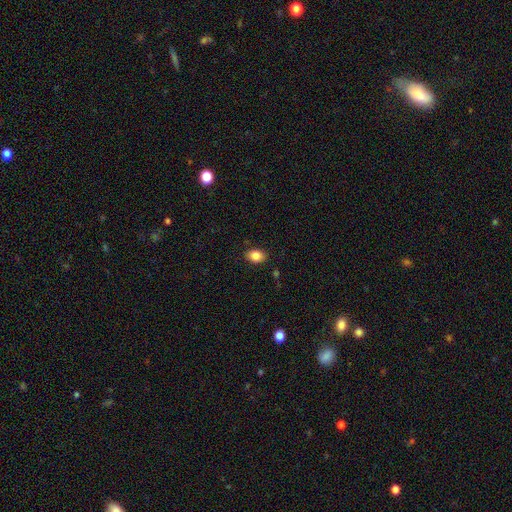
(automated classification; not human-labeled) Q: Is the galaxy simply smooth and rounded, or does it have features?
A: smooth — 85%.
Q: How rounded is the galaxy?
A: in between — 75%.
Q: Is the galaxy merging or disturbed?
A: none — 87%.